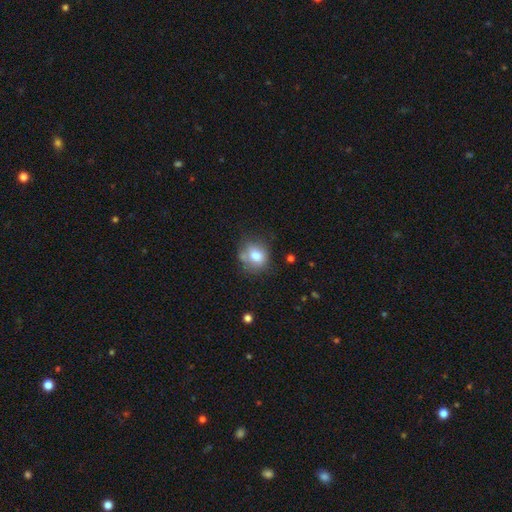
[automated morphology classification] Smooth or featured?
  - smooth: 75% *
  - featured or disk: 15%
  - star or artifact: 10%
How rounded?
  - round: 68% *
  - in between: 31%
  - cigar-shaped: 1%
Merging?
  - none: 59% *
  - minor disturbance: 24%
  - merger: 9%
  - major disturbance: 8%